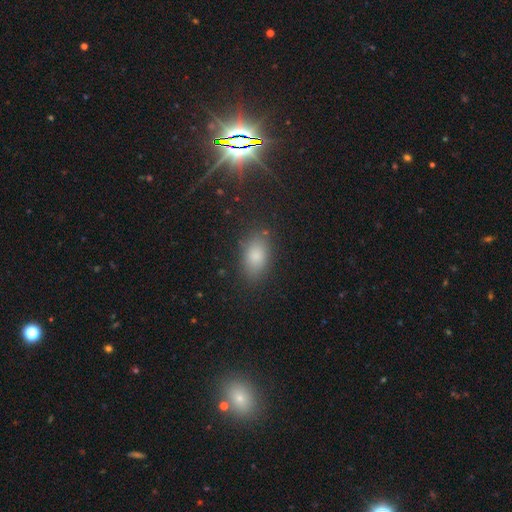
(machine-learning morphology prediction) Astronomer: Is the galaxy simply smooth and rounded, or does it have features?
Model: smooth — 80%.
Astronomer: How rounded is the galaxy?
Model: in between — 89%.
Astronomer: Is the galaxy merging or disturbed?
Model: none — 82%.